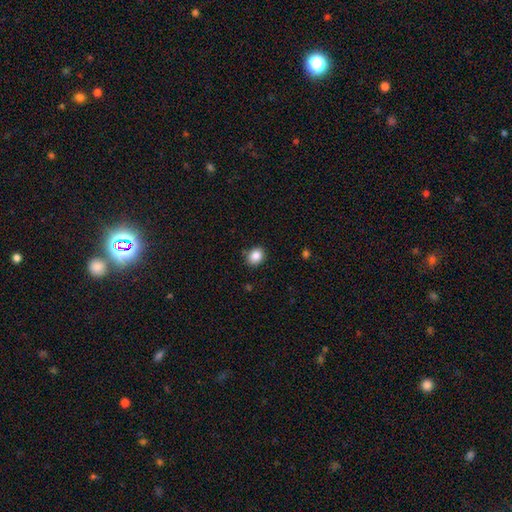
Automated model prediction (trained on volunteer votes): Q: Smooth or featured?
A: smooth (86%); runner-up: star or artifact (9%)
Q: How rounded?
A: round (52%); runner-up: in between (47%)
Q: Merging?
A: none (86%); runner-up: minor disturbance (10%)